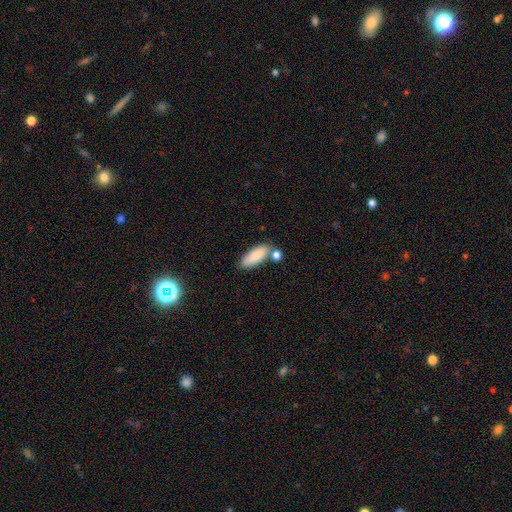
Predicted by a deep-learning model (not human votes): This is clearly a smooth galaxy (85%). How rounded: likely in between (76%). Merging: likely none (62%).